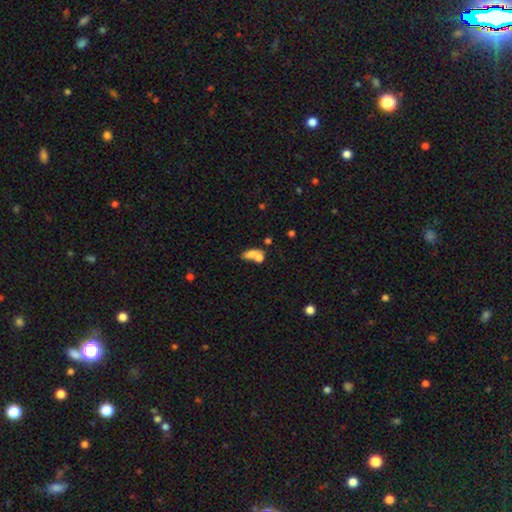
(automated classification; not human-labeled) Smooth or featured: smooth — 69% (featured or disk — 20%)
How rounded: in between — 69% (round — 20%)
Merging: merger — 58% (none — 24%)